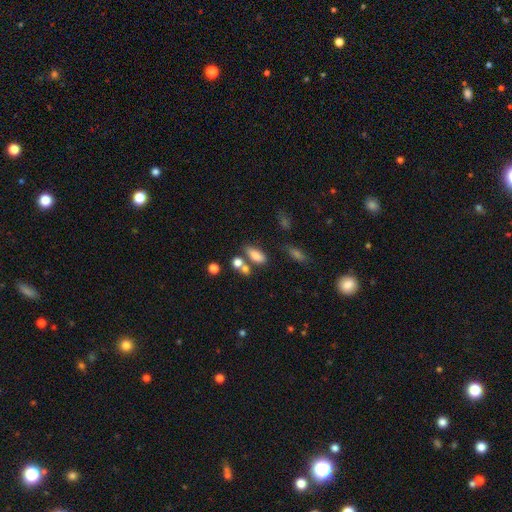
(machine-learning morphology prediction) A smooth galaxy with no disk features (79%) that is in between round and cigar-shaped (79%).

Vote fractions:
- Smooth or featured? smooth: 79% / star or artifact: 11% / featured or disk: 10%
- How rounded? in between: 79% / cigar-shaped: 11% / round: 10%
- Merging? none: 53% / merger: 27% / minor disturbance: 13% / major disturbance: 6%